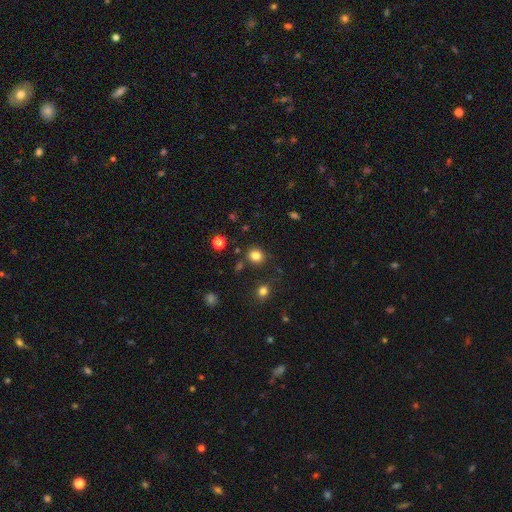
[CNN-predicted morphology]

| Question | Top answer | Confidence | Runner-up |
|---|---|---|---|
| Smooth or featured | smooth | 82% | star or artifact (13%) |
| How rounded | round | 80% | in between (20%) |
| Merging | none | 83% | minor disturbance (9%) |